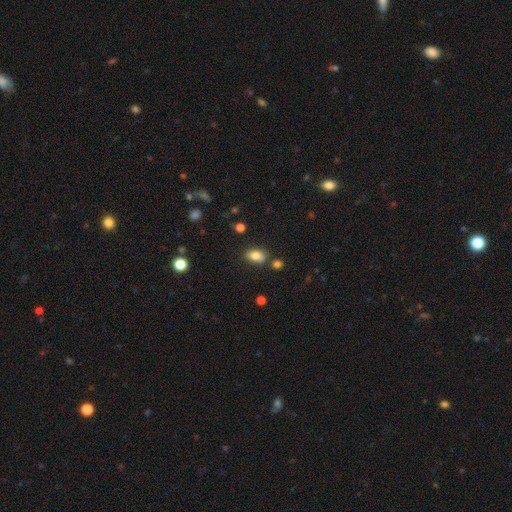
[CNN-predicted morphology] type=smooth (81%); roundness=in between (84%); merging=none (75%).